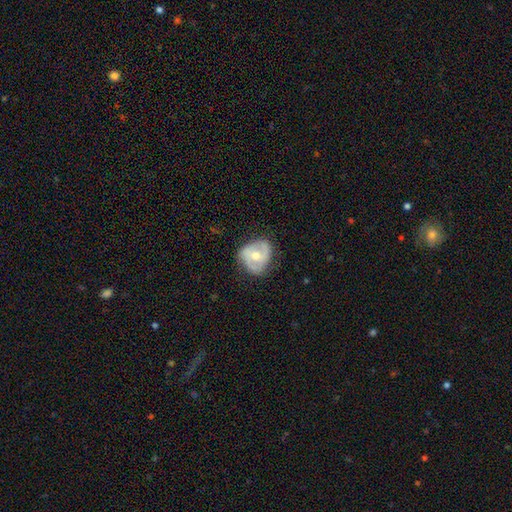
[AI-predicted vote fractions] Overall: featured or disk (62%; smooth 32%). Edge-on disk: no (97%). Bar: no (65%; weak 27%). Spiral arms: yes (68%; no 32%). Bulge size: moderate (72%). Merging: none (60%; minor disturbance 28%).